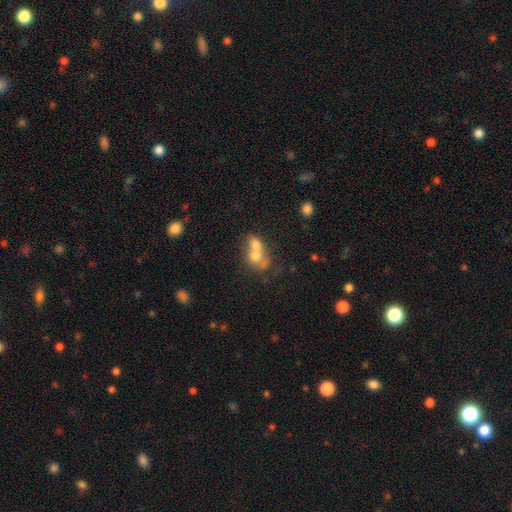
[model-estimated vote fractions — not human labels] Q: Smooth or featured?
A: smooth (65%); runner-up: featured or disk (25%)
Q: How rounded?
A: in between (51%); runner-up: round (48%)
Q: Merging?
A: merger (75%); runner-up: none (14%)